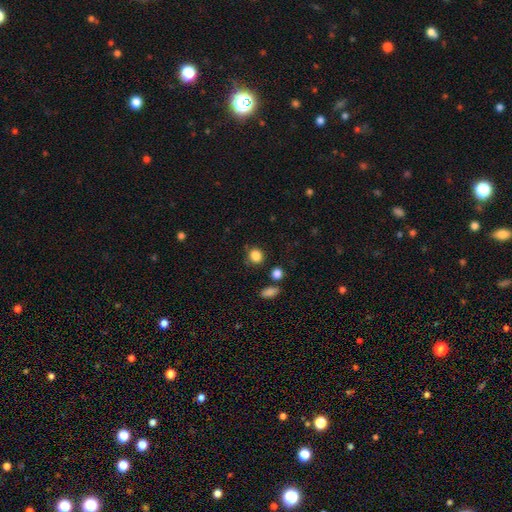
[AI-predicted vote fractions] smooth-or-featured: smooth: 85% | star or artifact: 11% | featured or disk: 4%
  how-rounded: round: 78% | in between: 21% | cigar-shaped: 1%
  merging: none: 76% | minor disturbance: 14% | merger: 5% | major disturbance: 4%